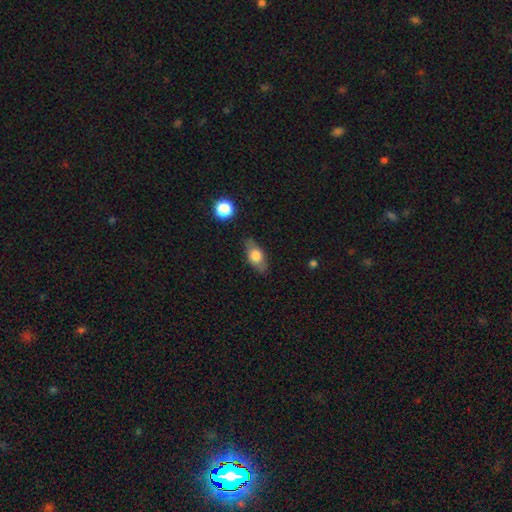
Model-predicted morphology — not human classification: Q: Smooth or featured?
A: smooth (65%); runner-up: featured or disk (28%)
Q: How rounded?
A: in between (78%); runner-up: cigar-shaped (12%)
Q: Merging?
A: none (78%); runner-up: minor disturbance (16%)